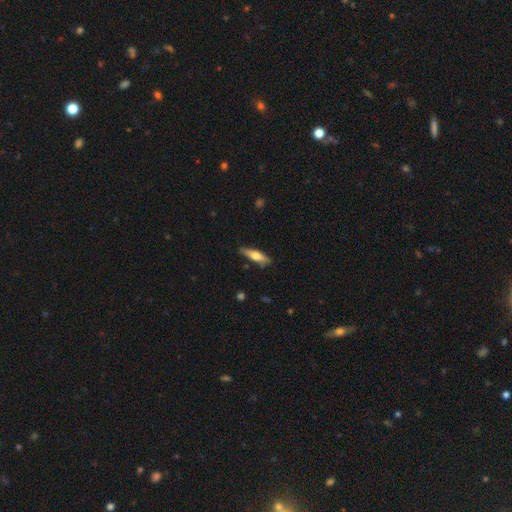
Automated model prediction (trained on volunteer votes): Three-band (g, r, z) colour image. It shows a smooth galaxy with no disk features (52%) that is cigar-shaped (71%). Merging: none (82%).